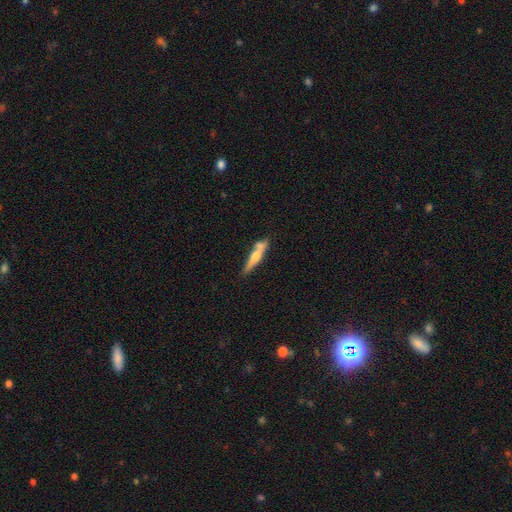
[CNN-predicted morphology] Smooth or featured? featured or disk (47%, tied with smooth)
Merging? none (60%)